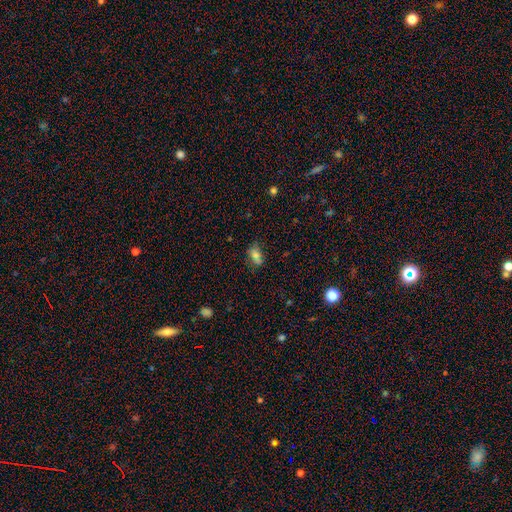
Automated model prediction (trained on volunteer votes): This is likely a smooth galaxy (68%). How rounded: likely in between (77%). Merging: likely none (63%).